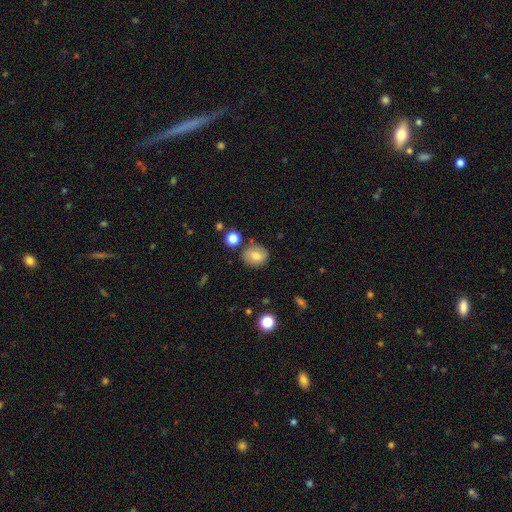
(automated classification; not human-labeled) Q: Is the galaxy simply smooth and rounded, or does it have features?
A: smooth — 74%.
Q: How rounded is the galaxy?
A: round — 64%.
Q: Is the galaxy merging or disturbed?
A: none — 75%.